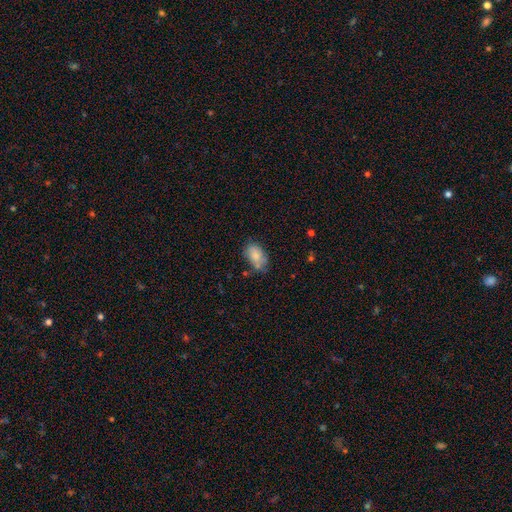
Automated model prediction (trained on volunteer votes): Q: Smooth or featured?
A: smooth (78%); runner-up: featured or disk (14%)
Q: How rounded?
A: in between (88%); runner-up: round (10%)
Q: Merging?
A: none (52%); runner-up: minor disturbance (29%)